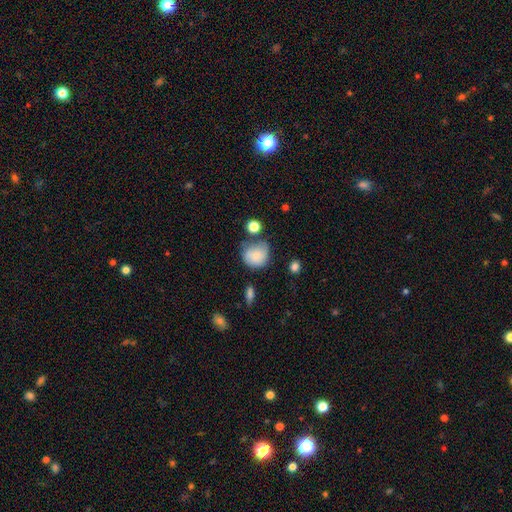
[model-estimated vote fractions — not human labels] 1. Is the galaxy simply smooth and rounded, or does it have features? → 78% smooth, 14% featured or disk, 9% star or artifact.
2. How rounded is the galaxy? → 75% round, 24% in between, 1% cigar-shaped.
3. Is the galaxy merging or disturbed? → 48% none, 31% minor disturbance, 12% major disturbance, 9% merger.